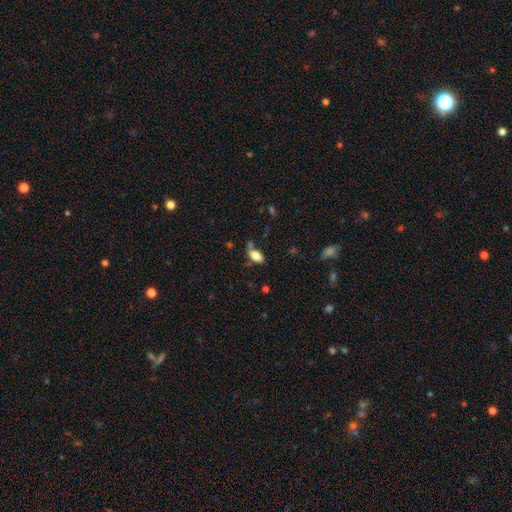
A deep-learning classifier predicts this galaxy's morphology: Q: Smooth or featured?
A: smooth (79%); runner-up: featured or disk (12%)
Q: How rounded?
A: in between (89%); runner-up: cigar-shaped (7%)
Q: Merging?
A: none (58%); runner-up: minor disturbance (22%)